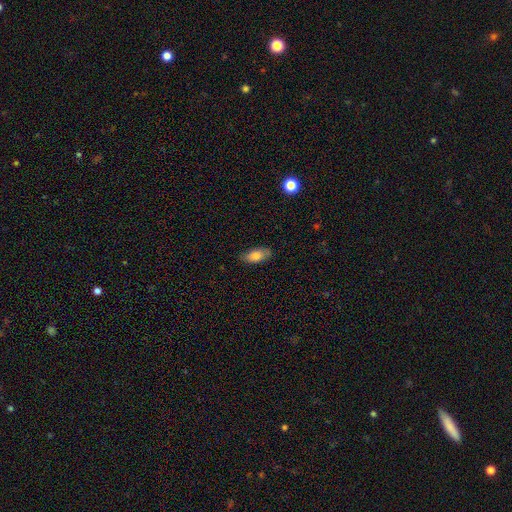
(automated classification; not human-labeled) smooth 80%, featured or disk 13%, star or artifact 7%. Down the decision tree: how rounded — in between (86%); merging — none (80%).